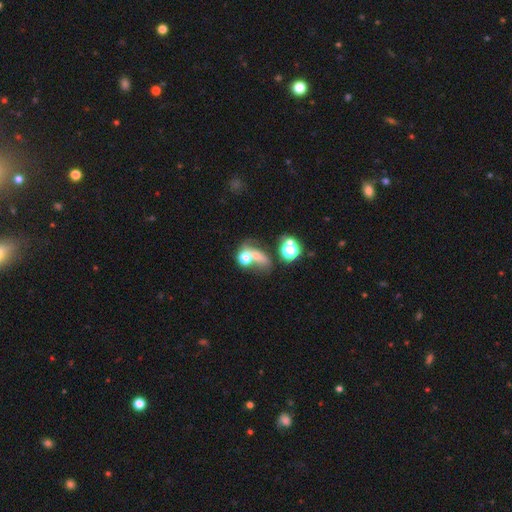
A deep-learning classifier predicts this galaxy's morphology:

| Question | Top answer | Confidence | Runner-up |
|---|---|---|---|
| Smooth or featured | smooth | 53% | featured or disk (24%) |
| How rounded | round | 50% | in between (48%) |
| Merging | merger | 50% | none (22%) |